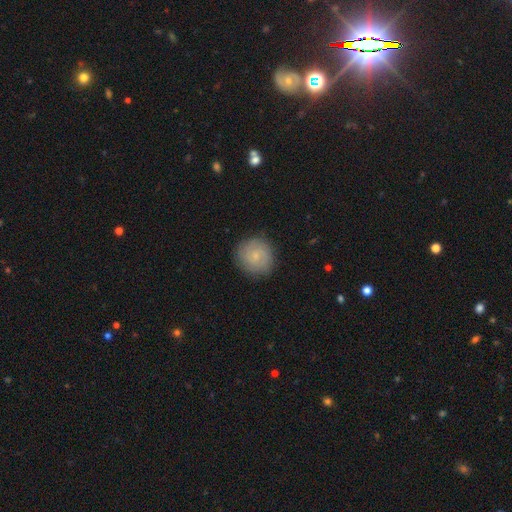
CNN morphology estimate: Smooth or featured?
  - smooth: 61% *
  - featured or disk: 32%
  - star or artifact: 7%
How rounded?
  - round: 90% *
  - in between: 9%
  - cigar-shaped: 1%
Merging?
  - none: 87% *
  - minor disturbance: 10%
  - major disturbance: 2%
  - merger: 1%